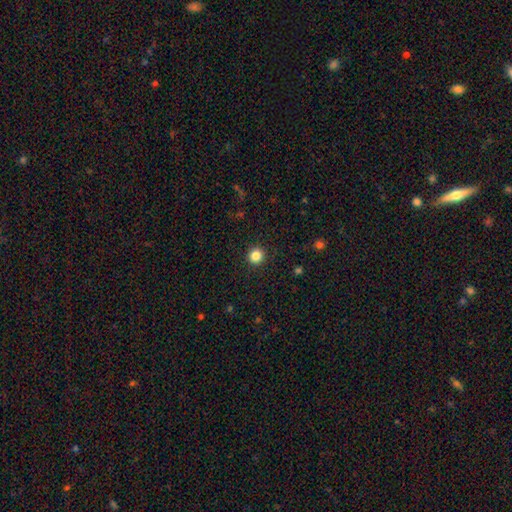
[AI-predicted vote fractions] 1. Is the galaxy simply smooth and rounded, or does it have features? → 84% smooth, 12% star or artifact, 4% featured or disk.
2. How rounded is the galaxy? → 95% round, 5% in between, 1% cigar-shaped.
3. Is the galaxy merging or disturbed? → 92% none, 5% minor disturbance, 2% major disturbance, 1% merger.